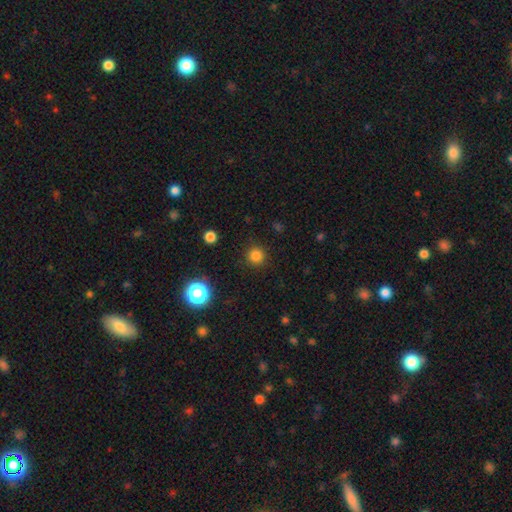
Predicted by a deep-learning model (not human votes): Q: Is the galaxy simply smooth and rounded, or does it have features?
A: smooth — 81%.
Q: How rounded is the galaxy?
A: round — 95%.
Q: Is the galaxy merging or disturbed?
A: none — 90%.